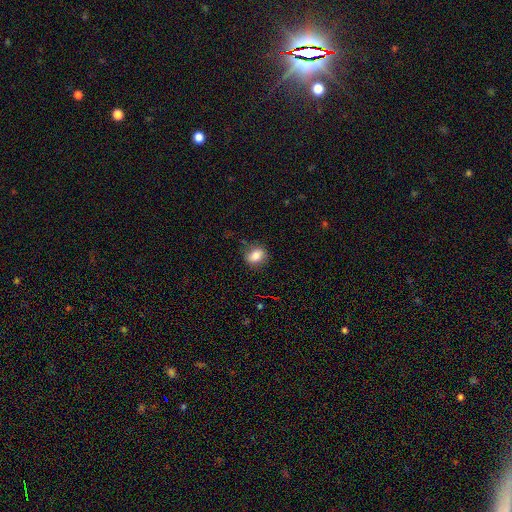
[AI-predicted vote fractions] Smooth or featured: smooth — 80% (featured or disk — 11%)
How rounded: in between — 58% (round — 41%)
Merging: none — 76% (minor disturbance — 18%)